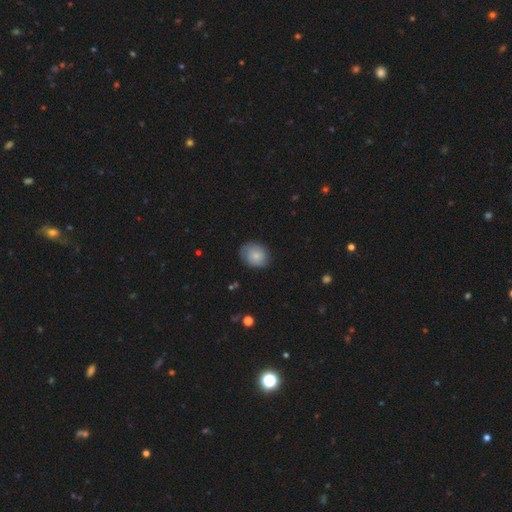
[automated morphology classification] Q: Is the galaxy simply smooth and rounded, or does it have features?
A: smooth — 69%.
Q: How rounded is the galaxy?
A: in between — 51%.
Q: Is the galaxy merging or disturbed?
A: none — 75%.